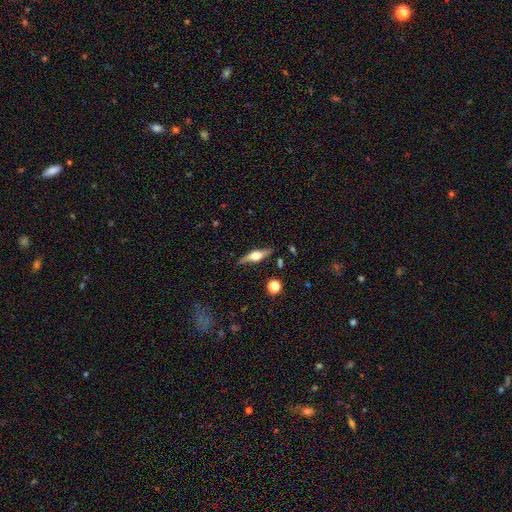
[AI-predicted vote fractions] smooth_or_featured: featured or disk (p=0.70) [alt: smooth p=0.23]
disk_edge_on: yes (p=0.95) [alt: no p=0.05]
edge_on_bulge: rounded (p=0.93) [alt: boxy p=0.05]
merging: none (p=0.84) [alt: minor disturbance p=0.11]